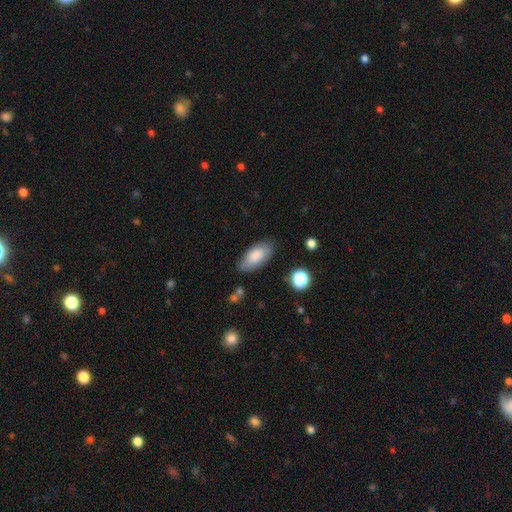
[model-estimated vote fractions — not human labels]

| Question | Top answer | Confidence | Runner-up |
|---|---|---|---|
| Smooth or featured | smooth | 81% | featured or disk (12%) |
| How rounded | in between | 90% | cigar-shaped (8%) |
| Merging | none | 77% | minor disturbance (17%) |